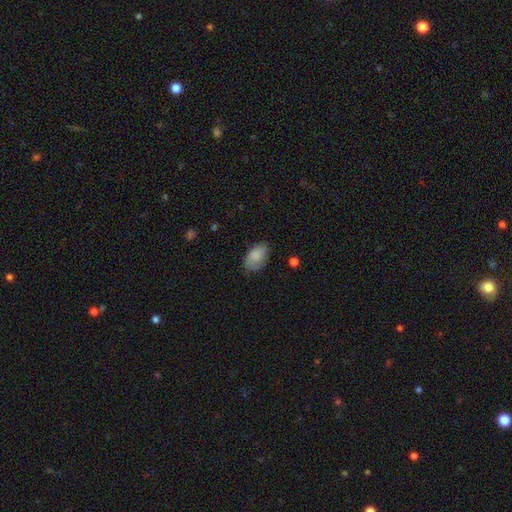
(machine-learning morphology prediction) smooth-or-featured: smooth: 84% | featured or disk: 9% | star or artifact: 7%
  how-rounded: in between: 92% | round: 7% | cigar-shaped: 1%
  merging: none: 69% | minor disturbance: 24% | major disturbance: 6% | merger: 1%